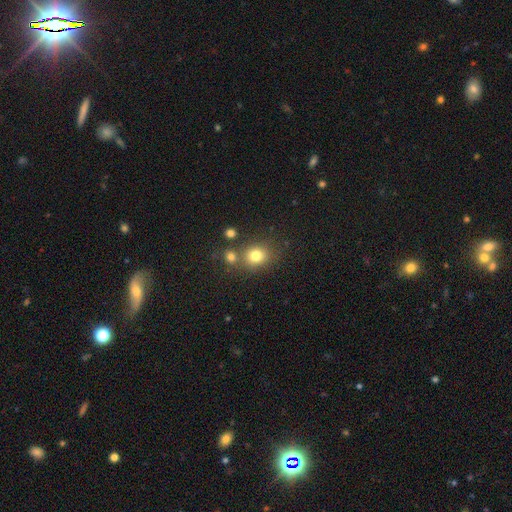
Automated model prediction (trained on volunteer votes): Overall: smooth (79%). How rounded: round (70%). Merging: none (67%).